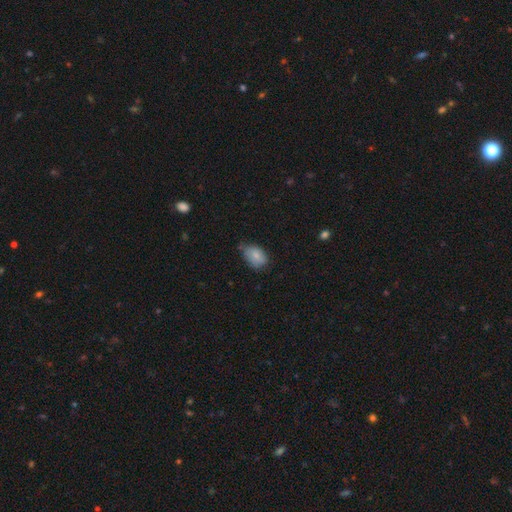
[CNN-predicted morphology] Smooth or featured? smooth (81%)
How rounded? in between (85%)
Merging? none (53%)